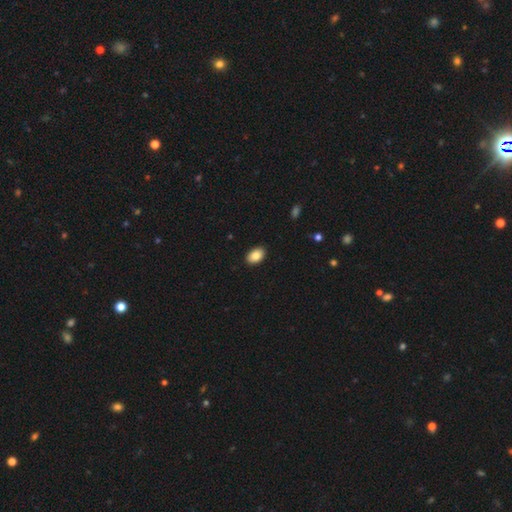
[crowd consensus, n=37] Smooth or featured: smooth — 95% (featured or disk — 3%)
How rounded: in between — 89% (round — 11%)
Merging: none — 86% (minor disturbance — 14%)